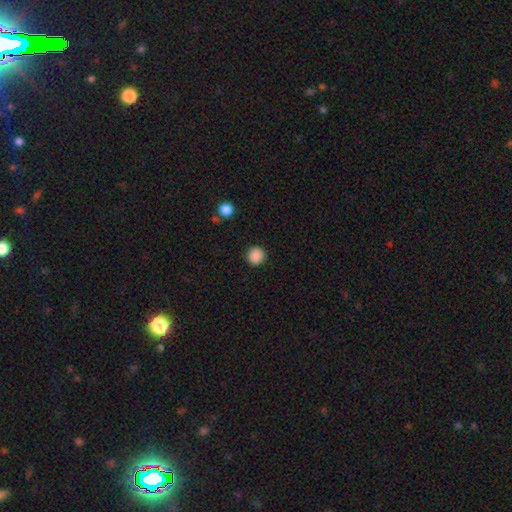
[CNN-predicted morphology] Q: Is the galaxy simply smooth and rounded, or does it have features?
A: smooth — 88%.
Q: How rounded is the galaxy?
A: round — 92%.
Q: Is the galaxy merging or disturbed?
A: none — 91%.